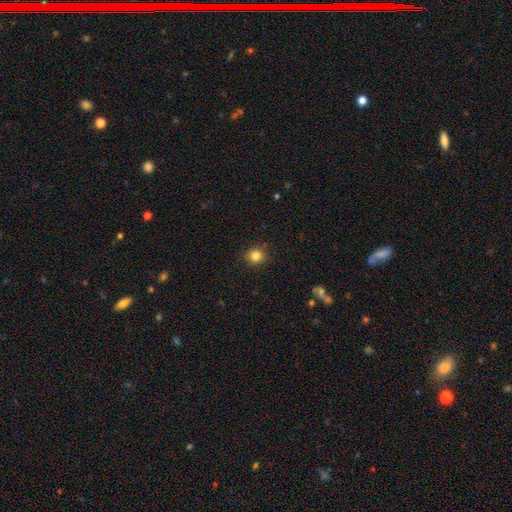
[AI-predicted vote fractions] smooth-or-featured: smooth: 84% | star or artifact: 11% | featured or disk: 5%
  how-rounded: round: 86% | in between: 13% | cigar-shaped: 1%
  merging: none: 89% | minor disturbance: 8% | major disturbance: 2% | merger: 1%